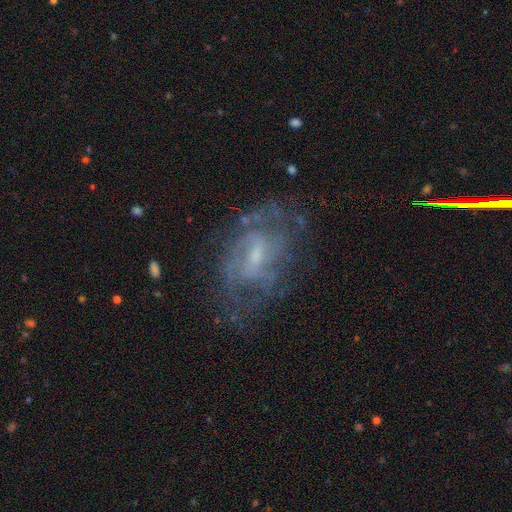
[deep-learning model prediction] Smooth or featured? Predicted: featured or disk (p=0.79). Edge-on disk? Predicted: no (p=0.96). Bar? Predicted: weak (p=0.55). Spiral arms? Predicted: yes (p=0.79). Spiral winding? Predicted: medium (p=0.42). Spiral arm count? Predicted: can't tell (p=0.46). Bulge size? Predicted: small (p=0.56). Merging? Predicted: none (p=0.60).